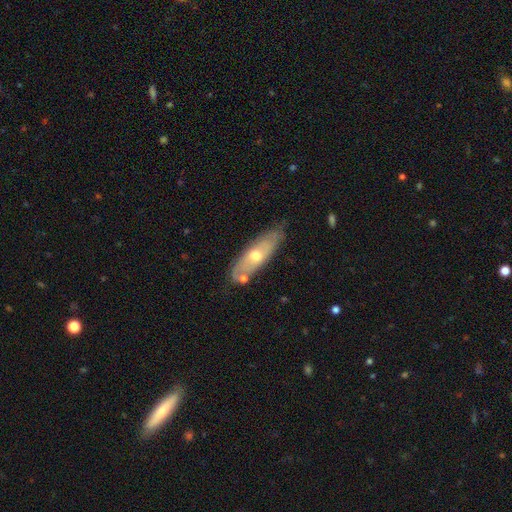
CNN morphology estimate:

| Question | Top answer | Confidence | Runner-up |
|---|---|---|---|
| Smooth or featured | featured or disk | 49% | smooth (45%) |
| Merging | none | 67% | minor disturbance (22%) |